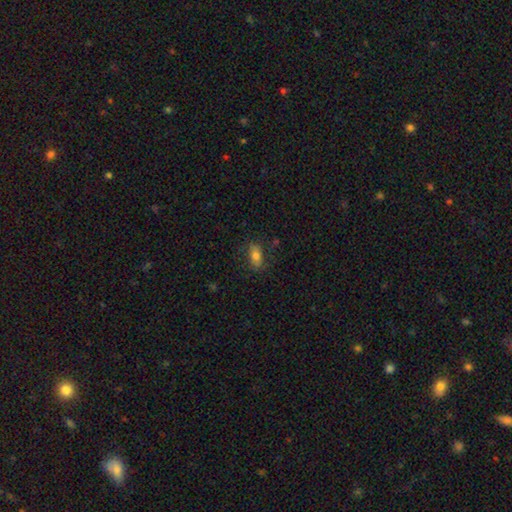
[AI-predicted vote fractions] A smooth galaxy with no disk features (72%) that is in between round and cigar-shaped (80%).

Vote fractions:
- Smooth or featured? smooth: 72% / featured or disk: 19% / star or artifact: 8%
- How rounded? in between: 80% / cigar-shaped: 14% / round: 6%
- Merging? none: 76% / minor disturbance: 17% / major disturbance: 6% / merger: 2%